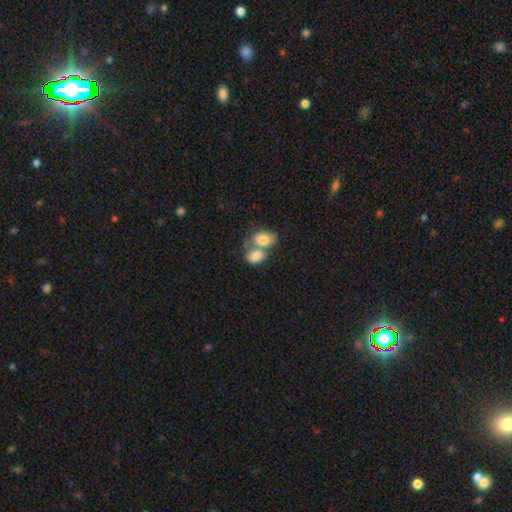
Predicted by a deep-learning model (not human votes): This appears to be a smooth galaxy with no disk features (80%) that is in between round and cigar-shaped (72%). Merging: merger (67%).